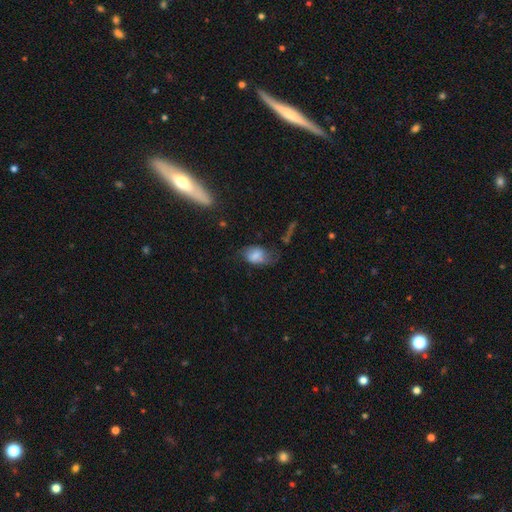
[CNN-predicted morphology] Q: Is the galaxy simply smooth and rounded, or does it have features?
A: smooth — 71%.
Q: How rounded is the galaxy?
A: in between — 83%.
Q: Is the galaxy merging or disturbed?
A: none — 42%.